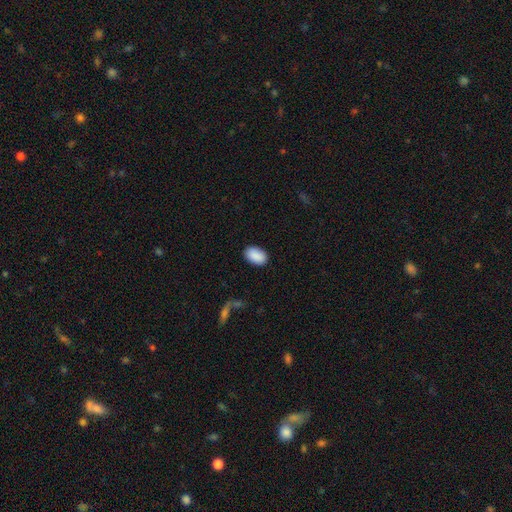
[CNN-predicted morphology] Smooth or featured: smooth — 90% (star or artifact — 6%)
How rounded: in between — 92% (round — 7%)
Merging: none — 87% (minor disturbance — 9%)